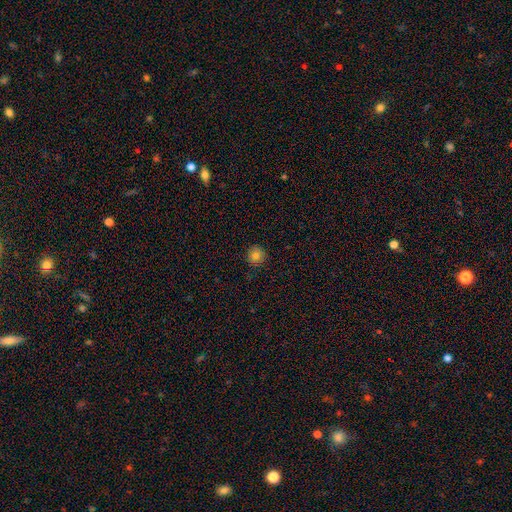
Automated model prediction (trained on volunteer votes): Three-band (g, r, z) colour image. It shows a smooth galaxy with no disk features (80%) that is round (94%). Merging: none (90%).